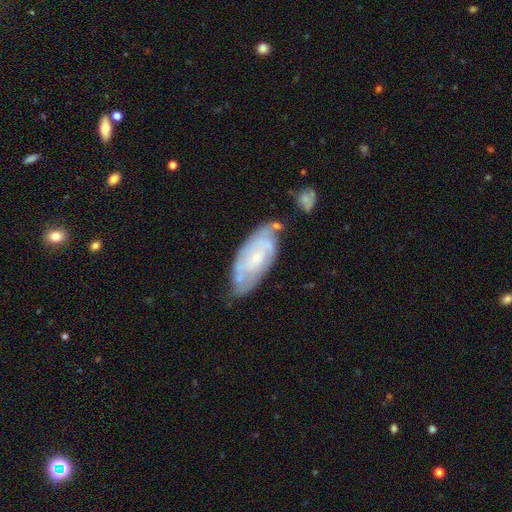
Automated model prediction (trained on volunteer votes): Overall: featured or disk (66%). Edge-on disk: no (88%). Bar: no (63%; weak 30%). Spiral arms: yes (81%). Bulge size: small (63%; moderate 26%). Merging: none (67%).